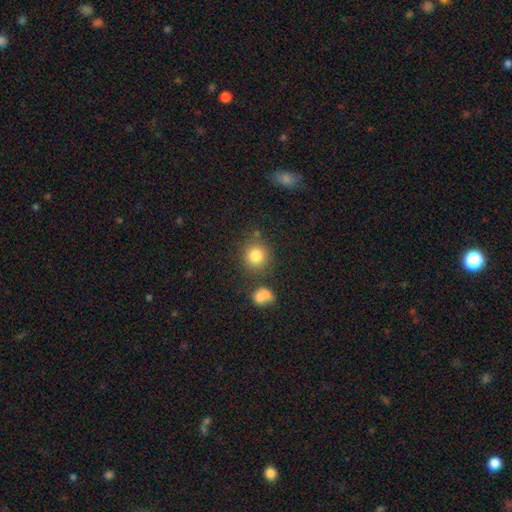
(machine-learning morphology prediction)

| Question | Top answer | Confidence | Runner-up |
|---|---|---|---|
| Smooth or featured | smooth | 82% | star or artifact (11%) |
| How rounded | round | 88% | in between (11%) |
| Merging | none | 76% | minor disturbance (10%) |